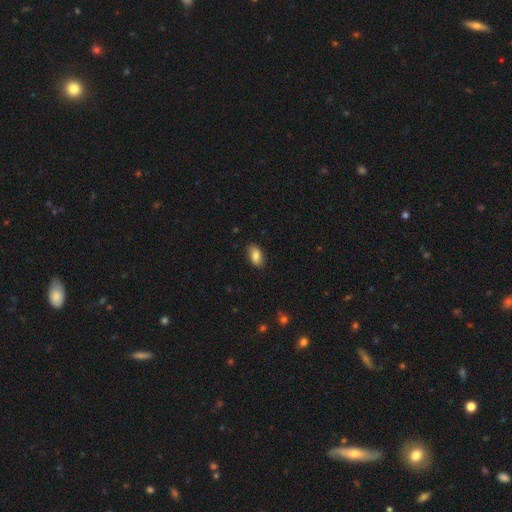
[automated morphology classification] A smooth galaxy with no disk features (82%) that is in between round and cigar-shaped (92%). Merging: none (83%).